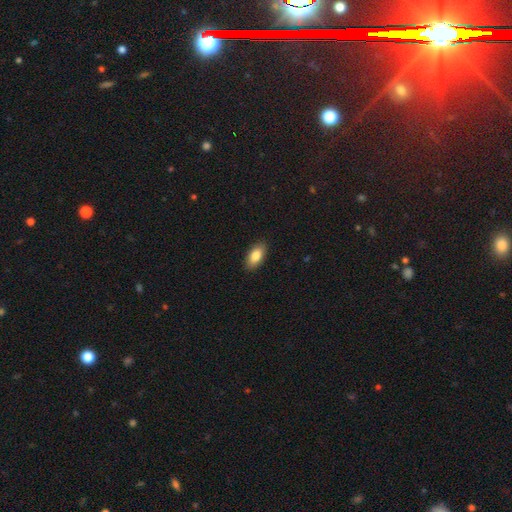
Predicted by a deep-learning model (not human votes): This is clearly a smooth galaxy (84%). How rounded: clearly in between (91%). Merging: clearly none (89%).